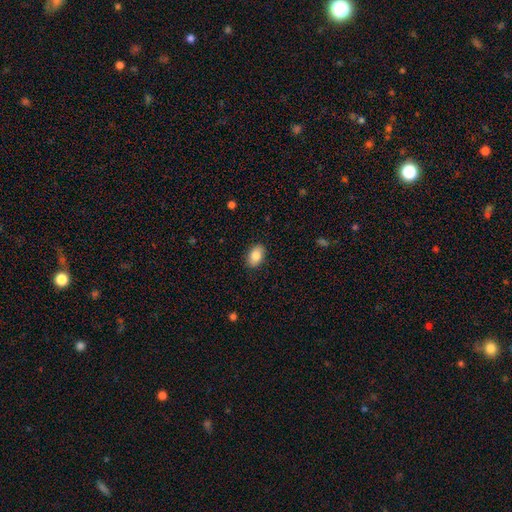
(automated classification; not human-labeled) smooth 85%, featured or disk 8%, star or artifact 7%. Down the decision tree: how rounded — in between (87%); merging — none (87%).